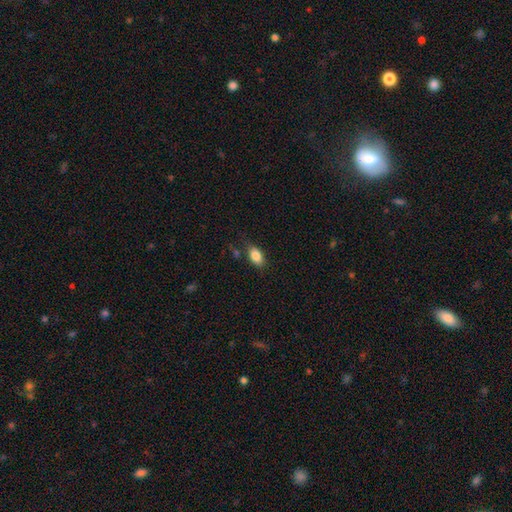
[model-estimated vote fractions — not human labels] A smooth galaxy with no disk features (85%) that is in between round and cigar-shaped (89%).

Vote fractions:
- Smooth or featured? smooth: 85% / star or artifact: 8% / featured or disk: 7%
- How rounded? in between: 89% / round: 7% / cigar-shaped: 3%
- Merging? none: 77% / minor disturbance: 16% / major disturbance: 4% / merger: 3%